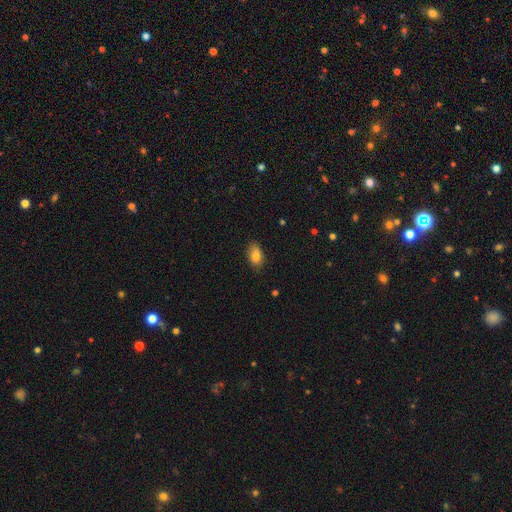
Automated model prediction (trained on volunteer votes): Q: Smooth or featured?
A: smooth (84%); runner-up: star or artifact (8%)
Q: How rounded?
A: in between (90%); runner-up: round (7%)
Q: Merging?
A: none (82%); runner-up: minor disturbance (14%)